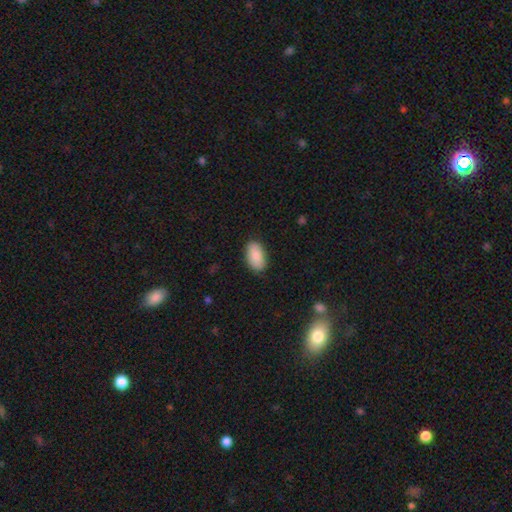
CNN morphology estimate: Smooth or featured: smooth — 85% (featured or disk — 9%)
How rounded: in between — 94% (round — 4%)
Merging: none — 86% (minor disturbance — 10%)